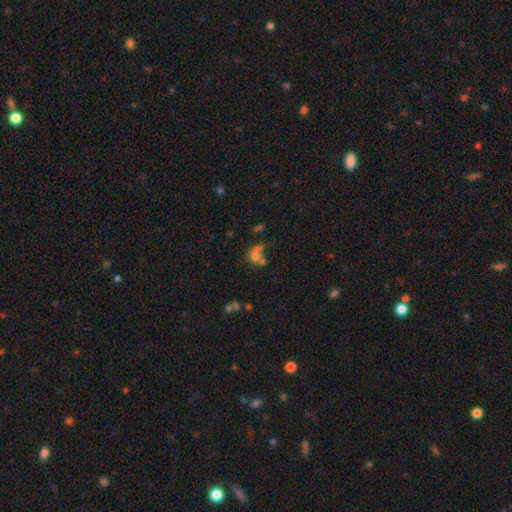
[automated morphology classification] Q: Smooth or featured?
A: smooth (65%); runner-up: featured or disk (18%)
Q: How rounded?
A: round (68%); runner-up: in between (31%)
Q: Merging?
A: merger (47%); runner-up: none (30%)